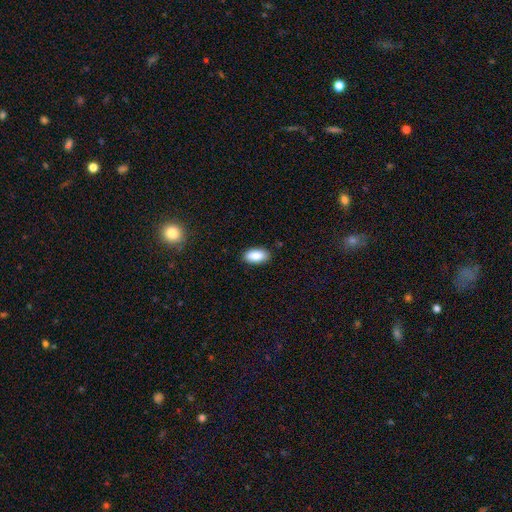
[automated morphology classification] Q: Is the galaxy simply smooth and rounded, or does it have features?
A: smooth — 88%.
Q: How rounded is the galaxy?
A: in between — 93%.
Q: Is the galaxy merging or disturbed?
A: none — 88%.